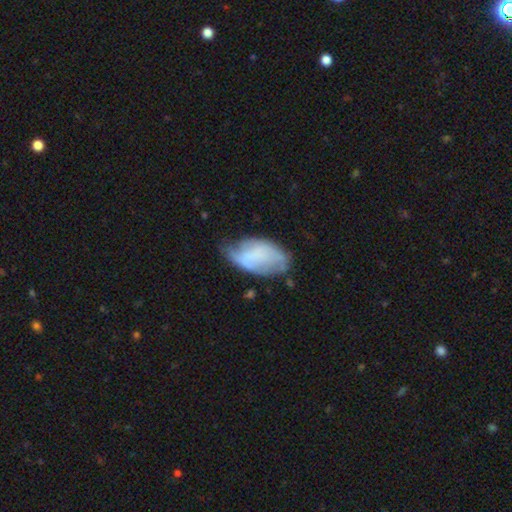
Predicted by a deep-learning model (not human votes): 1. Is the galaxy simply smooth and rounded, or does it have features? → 52% smooth, 40% featured or disk, 8% star or artifact.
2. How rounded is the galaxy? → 94% in between, 4% round, 2% cigar-shaped.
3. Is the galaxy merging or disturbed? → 40% minor disturbance, 39% none, 18% major disturbance, 3% merger.